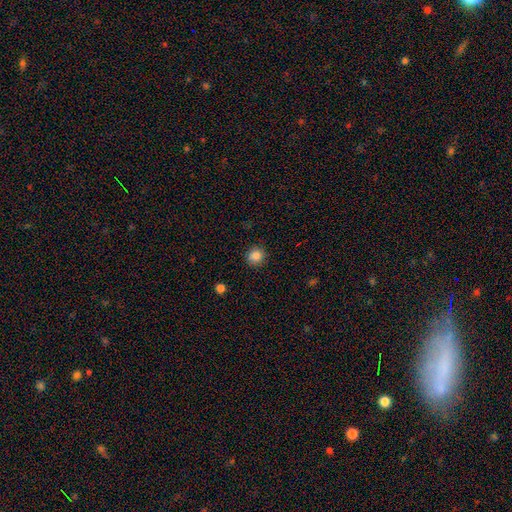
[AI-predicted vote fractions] This is clearly a smooth galaxy (85%). How rounded: clearly round (89%). Merging: clearly none (89%).